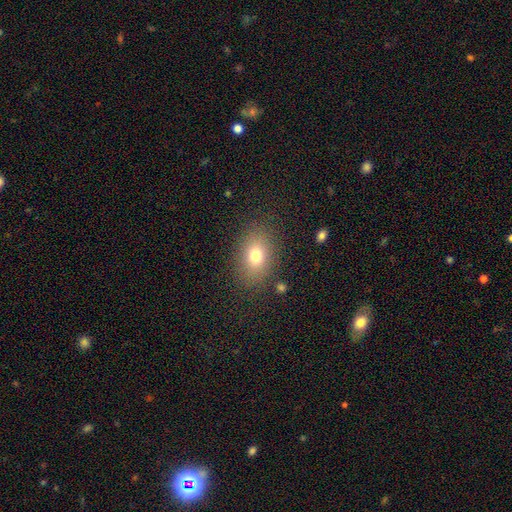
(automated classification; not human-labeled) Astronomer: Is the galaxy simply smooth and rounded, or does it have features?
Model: smooth — 75%.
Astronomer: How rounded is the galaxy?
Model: in between — 77%.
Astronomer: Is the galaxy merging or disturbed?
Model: none — 84%.